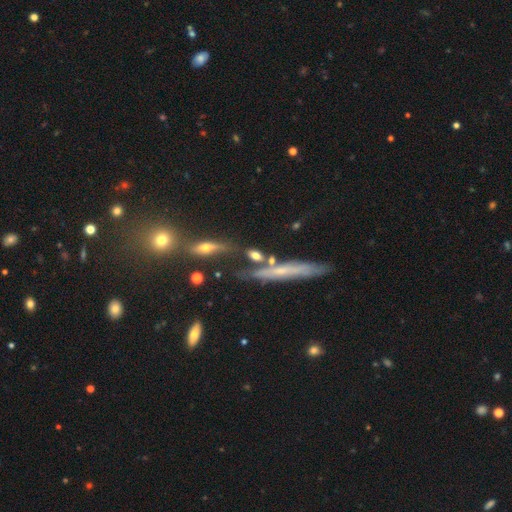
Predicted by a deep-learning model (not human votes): smooth_or_featured: smooth (p=0.60) [alt: featured or disk p=0.30]
how_rounded: in between (p=0.46) [alt: cigar-shaped p=0.44]
merging: none (p=0.60) [alt: merger p=0.18]